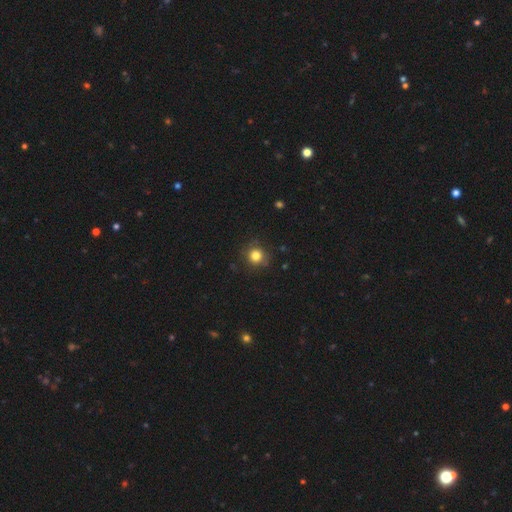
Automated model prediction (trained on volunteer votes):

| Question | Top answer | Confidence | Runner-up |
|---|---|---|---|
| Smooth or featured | smooth | 81% | star or artifact (13%) |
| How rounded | round | 92% | in between (7%) |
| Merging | none | 85% | minor disturbance (10%) |